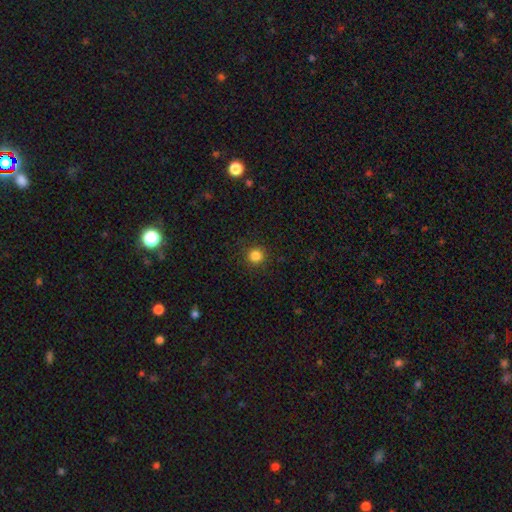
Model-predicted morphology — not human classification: This is clearly a smooth galaxy (84%). How rounded: clearly round (94%). Merging: clearly none (91%).